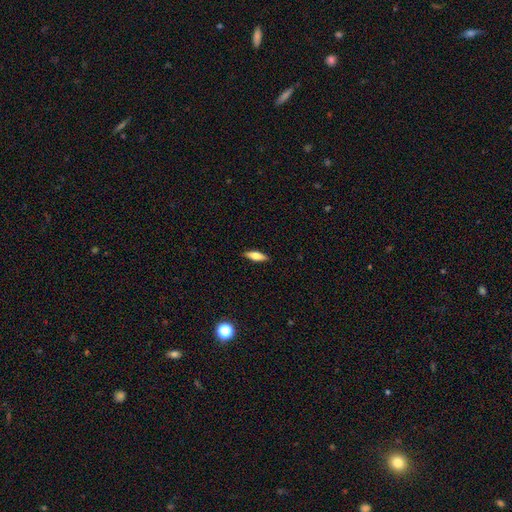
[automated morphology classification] A smooth galaxy with no disk features (66%) that is in between round and cigar-shaped (58%). Merging: none (89%).